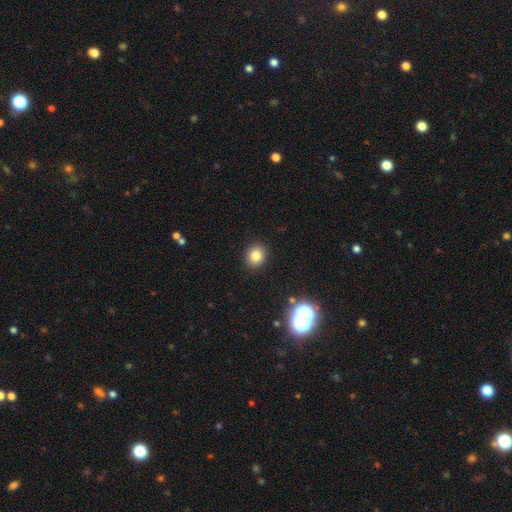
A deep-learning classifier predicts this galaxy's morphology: Overall: smooth (81%). How rounded: round (72%). Merging: none (90%).